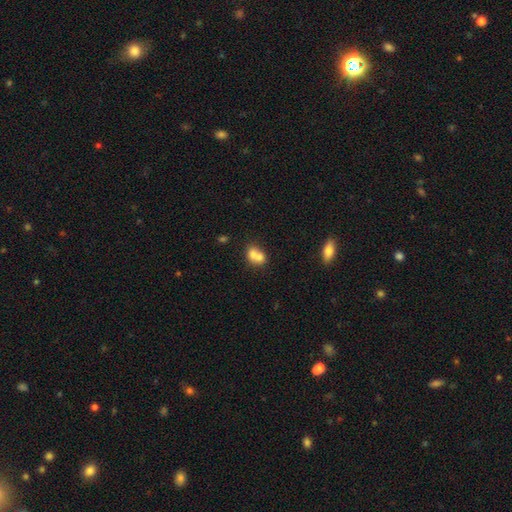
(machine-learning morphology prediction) Smooth or featured?
  - smooth: 69% *
  - featured or disk: 22%
  - star or artifact: 10%
How rounded?
  - round: 54% *
  - in between: 45%
  - cigar-shaped: 1%
Merging?
  - merger: 69% *
  - none: 22%
  - minor disturbance: 6%
  - major disturbance: 3%